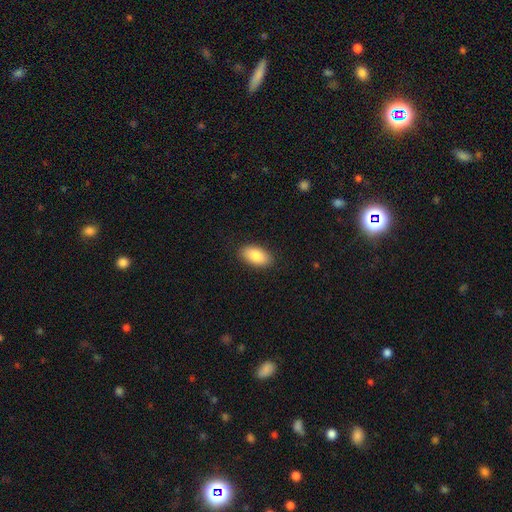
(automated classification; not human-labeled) Q: Smooth or featured?
A: smooth (86%); runner-up: featured or disk (8%)
Q: How rounded?
A: in between (94%); runner-up: round (4%)
Q: Merging?
A: none (88%); runner-up: minor disturbance (9%)